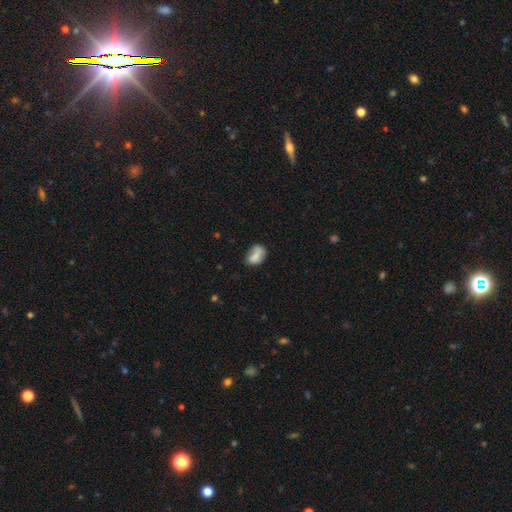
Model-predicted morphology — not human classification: This is likely a smooth galaxy (70%). How rounded: likely in between (78%). Merging: marginally none (44%).